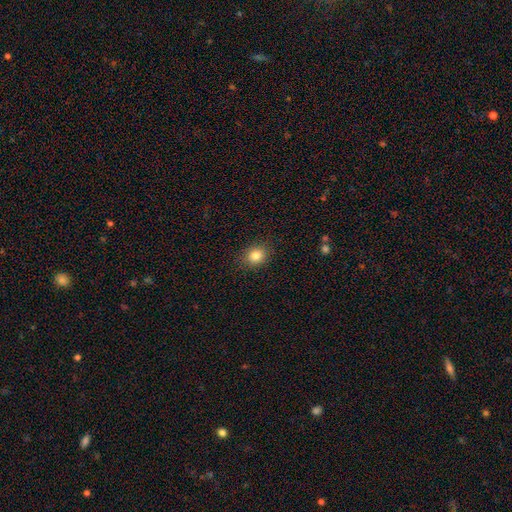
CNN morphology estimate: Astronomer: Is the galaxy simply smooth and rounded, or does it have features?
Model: smooth — 84%.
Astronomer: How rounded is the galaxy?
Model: round — 52% (runner-up: in between, 47%).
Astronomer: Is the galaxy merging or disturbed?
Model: none — 87%.